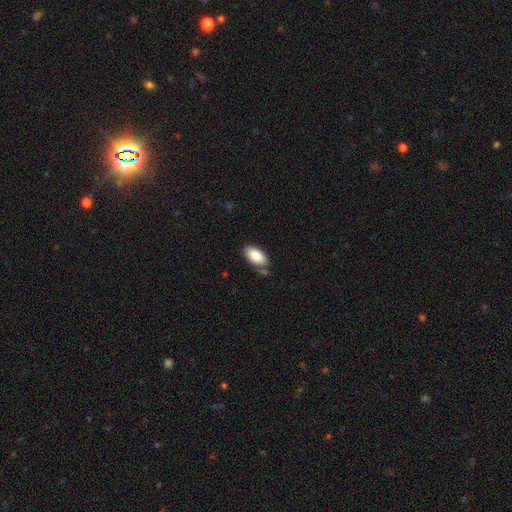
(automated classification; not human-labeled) A smooth galaxy with no disk features (84%) that is in between round and cigar-shaped (94%).

Vote fractions:
- Smooth or featured? smooth: 84% / featured or disk: 10% / star or artifact: 7%
- How rounded? in between: 94% / cigar-shaped: 3% / round: 3%
- Merging? none: 74% / minor disturbance: 17% / merger: 5% / major disturbance: 4%